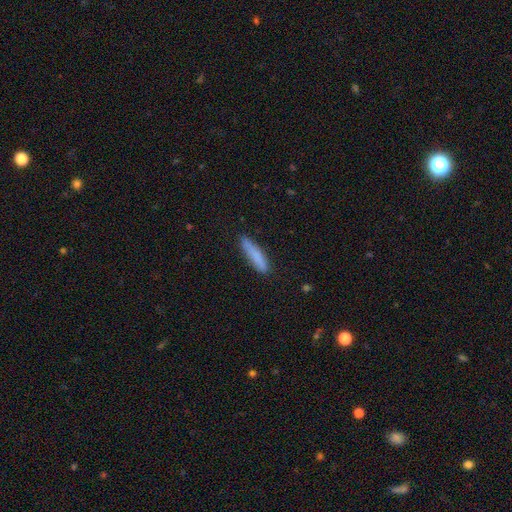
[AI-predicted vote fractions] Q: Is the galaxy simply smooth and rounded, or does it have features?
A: smooth — 82%.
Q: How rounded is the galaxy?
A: cigar-shaped — 87%.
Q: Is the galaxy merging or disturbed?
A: none — 85%.